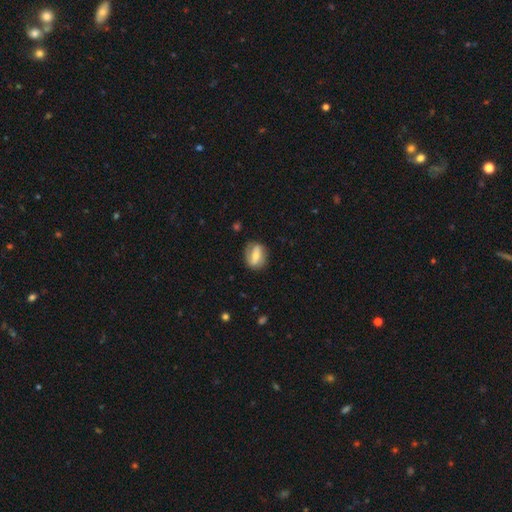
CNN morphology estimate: smooth_or_featured: featured or disk (p=0.49) [alt: smooth p=0.44]
merging: none (p=0.76) [alt: minor disturbance p=0.17]